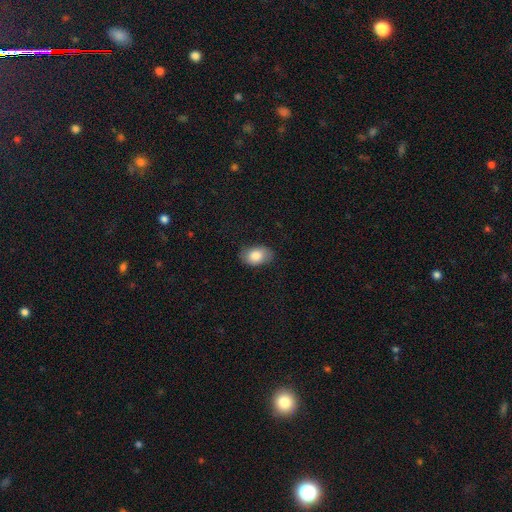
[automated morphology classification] type=smooth (82%); roundness=in between (85%); merging=none (80%).